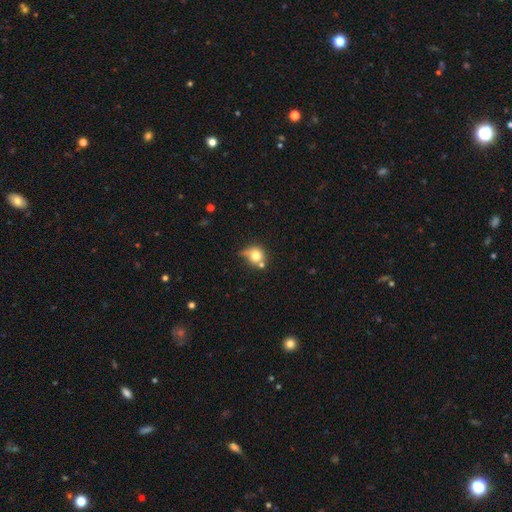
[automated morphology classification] Smooth or featured? smooth (75%)
How rounded? round (81%)
Merging? none (47%)